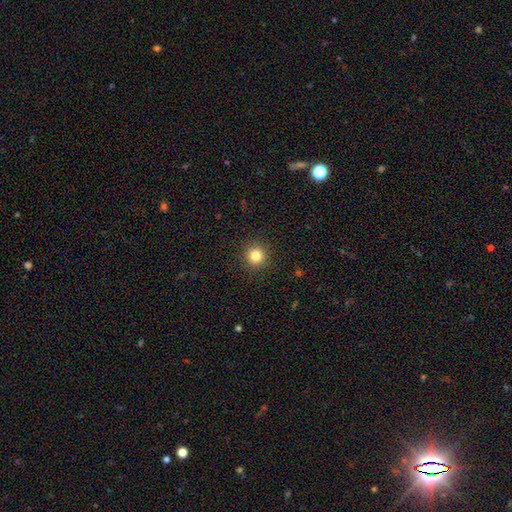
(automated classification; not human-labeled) This is clearly a smooth galaxy (83%). How rounded: clearly round (94%). Merging: clearly none (92%).